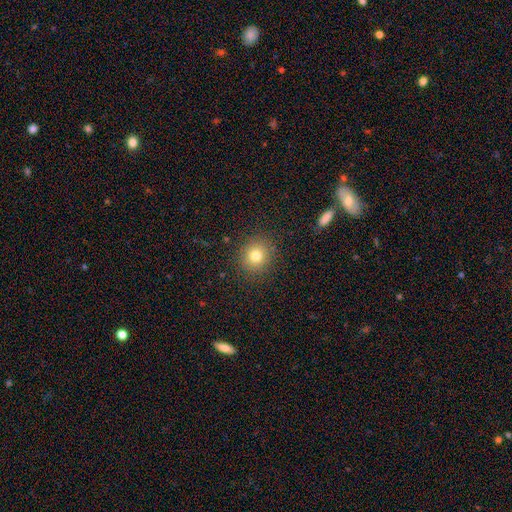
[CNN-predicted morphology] Smooth or featured?
  - smooth: 77% *
  - star or artifact: 14%
  - featured or disk: 9%
How rounded?
  - round: 85% *
  - in between: 14%
  - cigar-shaped: 1%
Merging?
  - none: 89% *
  - minor disturbance: 7%
  - major disturbance: 3%
  - merger: 1%